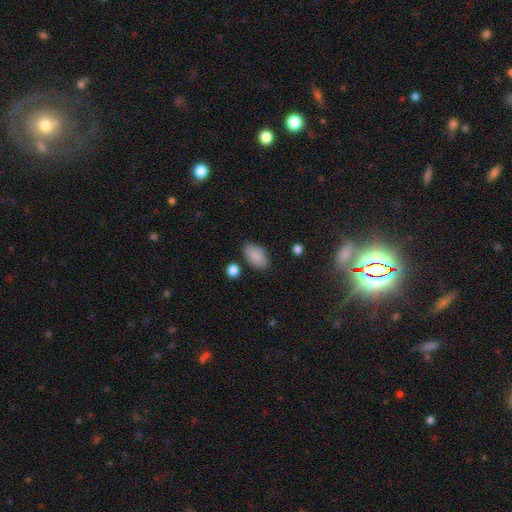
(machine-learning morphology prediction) A smooth galaxy with no disk features (88%) that is in between round and cigar-shaped (93%).

Vote fractions:
- Smooth or featured? smooth: 88% / star or artifact: 7% / featured or disk: 5%
- How rounded? in between: 93% / round: 5% / cigar-shaped: 2%
- Merging? none: 78% / minor disturbance: 15% / major disturbance: 4% / merger: 3%